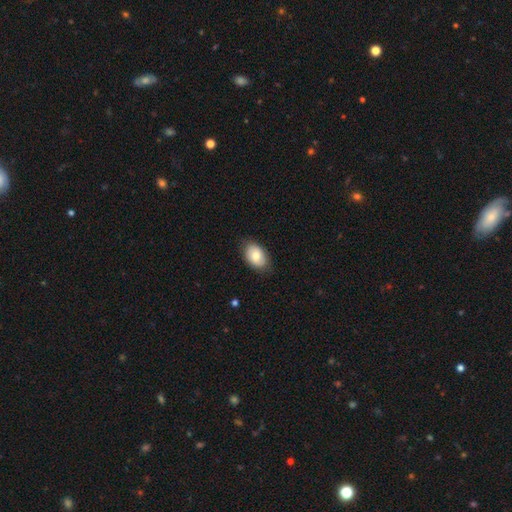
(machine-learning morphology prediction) smooth_or_featured: smooth (p=0.77) [alt: featured or disk p=0.16]
how_rounded: in between (p=0.87) [alt: round p=0.12]
merging: none (p=0.82) [alt: minor disturbance p=0.15]